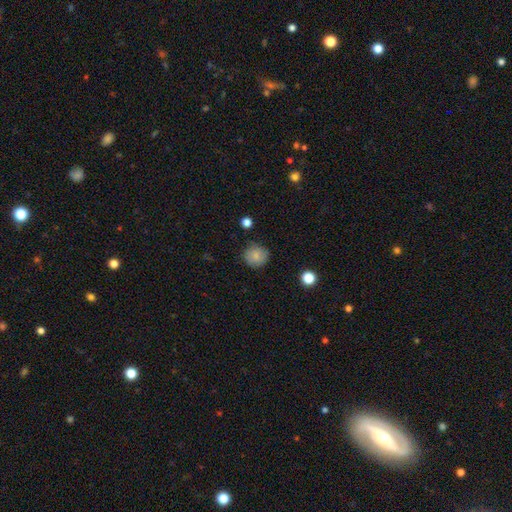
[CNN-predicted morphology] Q: Smooth or featured?
A: smooth (81%); runner-up: featured or disk (10%)
Q: How rounded?
A: round (89%); runner-up: in between (10%)
Q: Merging?
A: none (79%); runner-up: minor disturbance (16%)